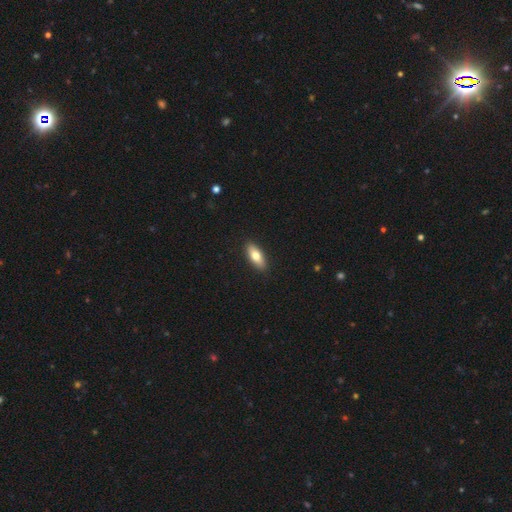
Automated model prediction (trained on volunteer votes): The model was most divided on "how rounded": in between: 73%, cigar-shaped: 24%, round: 3%. More confident: merging — none (90%); smooth or featured — smooth (74%).